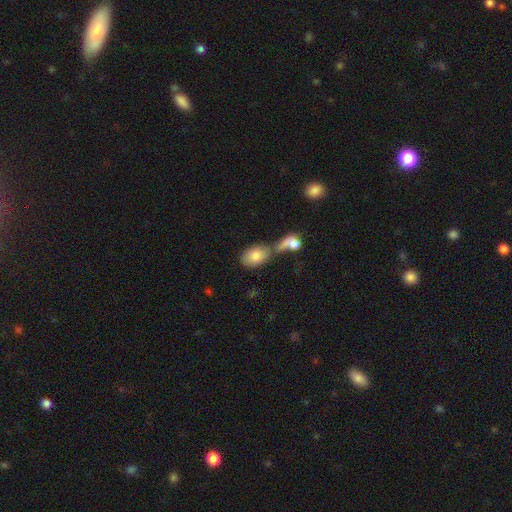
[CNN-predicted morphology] A smooth galaxy with no disk features (80%) that is in between round and cigar-shaped (86%). Merging: merger (51%).